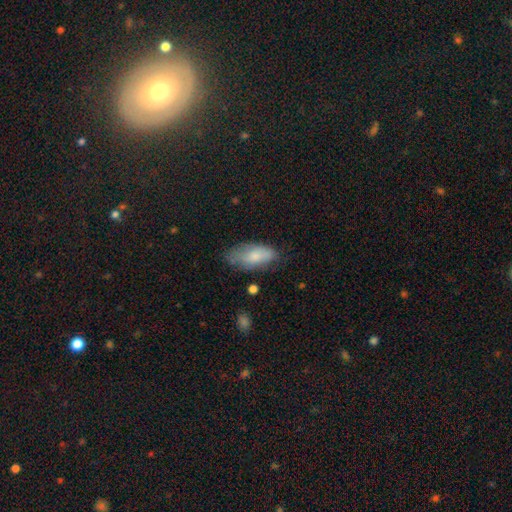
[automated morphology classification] type=smooth (75%); roundness=in between (88%); merging=none (58%).